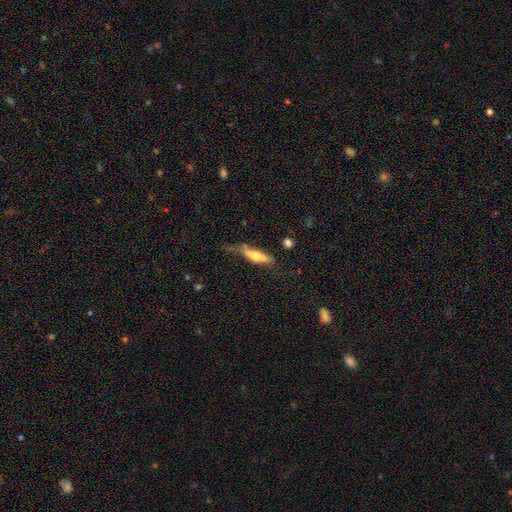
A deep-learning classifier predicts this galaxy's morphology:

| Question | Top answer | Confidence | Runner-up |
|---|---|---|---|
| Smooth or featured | smooth | 51% | featured or disk (42%) |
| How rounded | cigar-shaped | 67% | in between (31%) |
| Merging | none | 46% | minor disturbance (30%) |